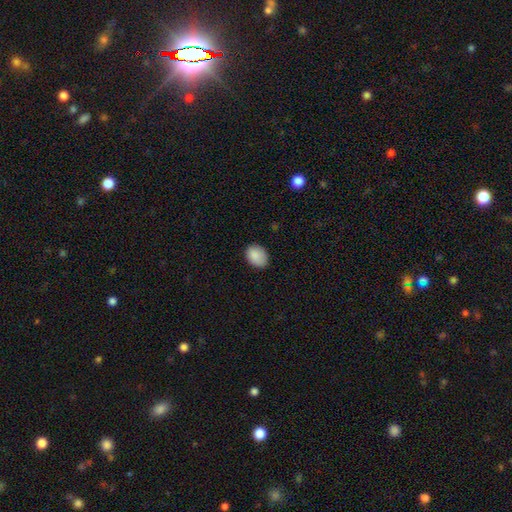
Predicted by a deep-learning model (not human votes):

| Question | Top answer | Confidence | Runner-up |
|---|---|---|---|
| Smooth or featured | smooth | 89% | star or artifact (7%) |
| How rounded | in between | 69% | round (30%) |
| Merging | none | 81% | minor disturbance (16%) |